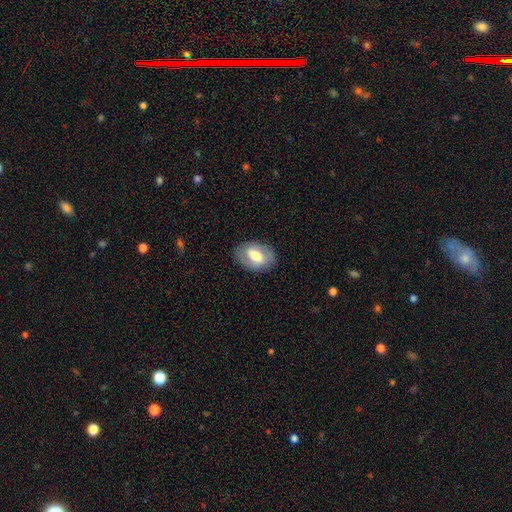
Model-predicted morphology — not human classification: The model was most divided on "smooth or featured": smooth: 54%, featured or disk: 40%, star or artifact: 7%. More confident: how rounded — in between (86%); merging — none (82%).